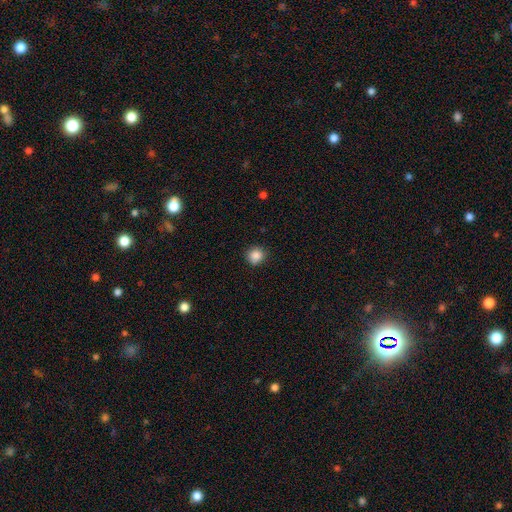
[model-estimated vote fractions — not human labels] Smooth or featured?
  - smooth: 86% *
  - star or artifact: 10%
  - featured or disk: 4%
How rounded?
  - round: 89% *
  - in between: 10%
  - cigar-shaped: 1%
Merging?
  - none: 85% *
  - minor disturbance: 11%
  - major disturbance: 2%
  - merger: 1%